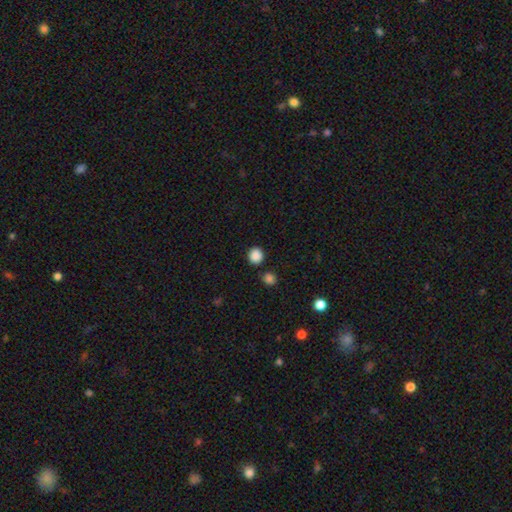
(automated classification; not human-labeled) This is clearly a smooth galaxy (87%). How rounded: clearly round (87%). Merging: clearly none (85%).